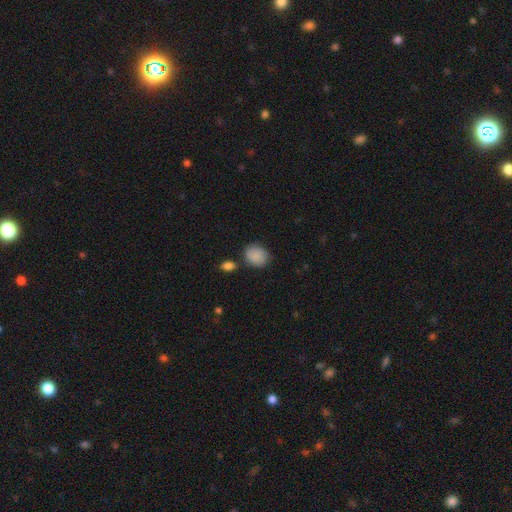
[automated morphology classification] Smooth or featured? Predicted: smooth (p=0.87). How rounded? Predicted: round (p=0.52). Merging? Predicted: none (p=0.70).